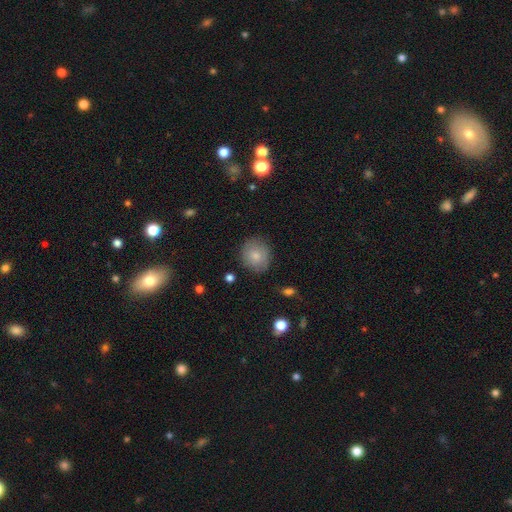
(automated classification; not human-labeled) smooth-or-featured: smooth: 79% | featured or disk: 14% | star or artifact: 8%
  how-rounded: round: 77% | in between: 22% | cigar-shaped: 1%
  merging: none: 80% | minor disturbance: 15% | major disturbance: 4% | merger: 1%